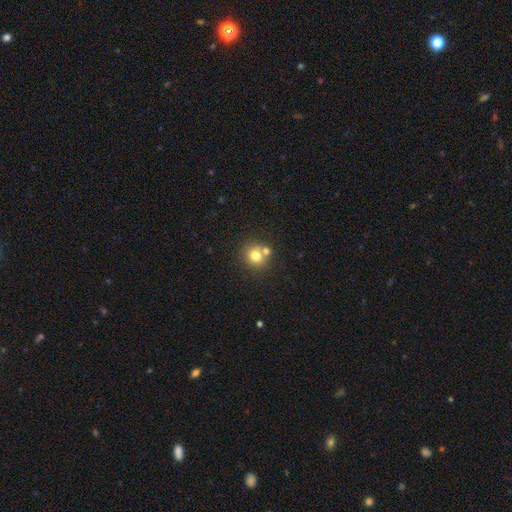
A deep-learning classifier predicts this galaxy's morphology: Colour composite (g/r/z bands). It shows a smooth galaxy with no disk features (75%) that is round (85%). Merging: none (61%).